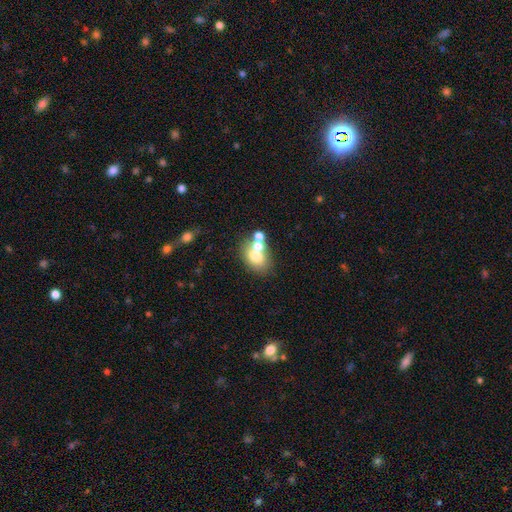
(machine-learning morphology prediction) Smooth or featured? smooth (66%)
How rounded? in between (68%)
Merging? none (44%)